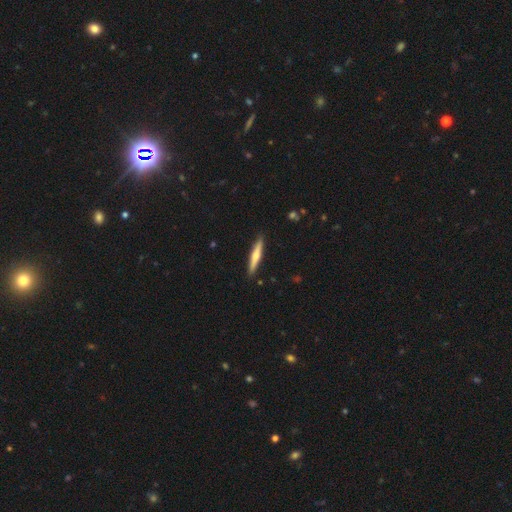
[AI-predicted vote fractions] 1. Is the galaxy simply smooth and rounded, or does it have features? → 48% featured or disk, 47% smooth, 5% star or artifact.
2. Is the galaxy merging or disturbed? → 90% none, 7% minor disturbance, 1% major disturbance, 1% merger.